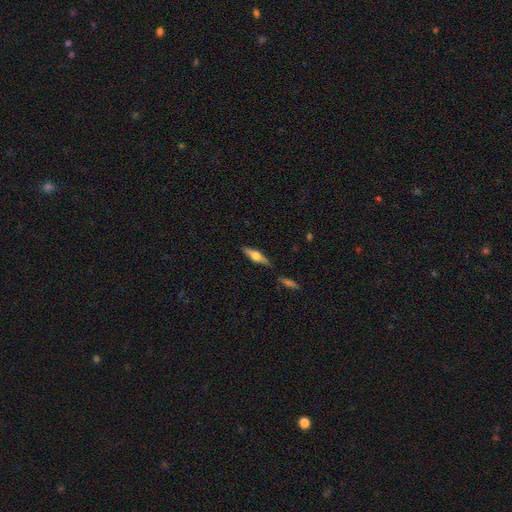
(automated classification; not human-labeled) featured or disk 56%, smooth 38%, star or artifact 6%. Down the decision tree: edge-on disk — yes (93%); edge-on bulge — rounded (91%); merging — none (77%).